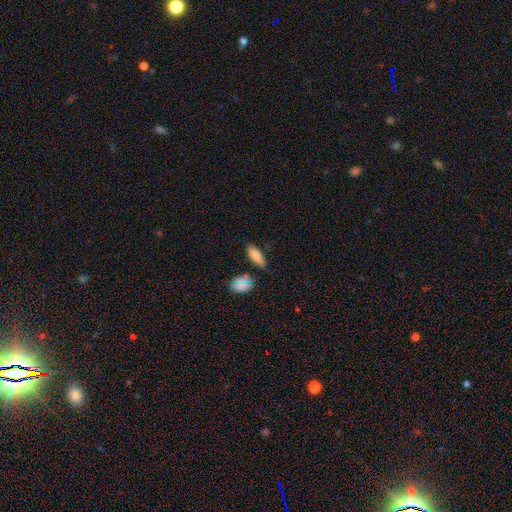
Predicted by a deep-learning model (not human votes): This is clearly a smooth galaxy (81%). How rounded: likely in between (72%). Merging: likely none (77%).